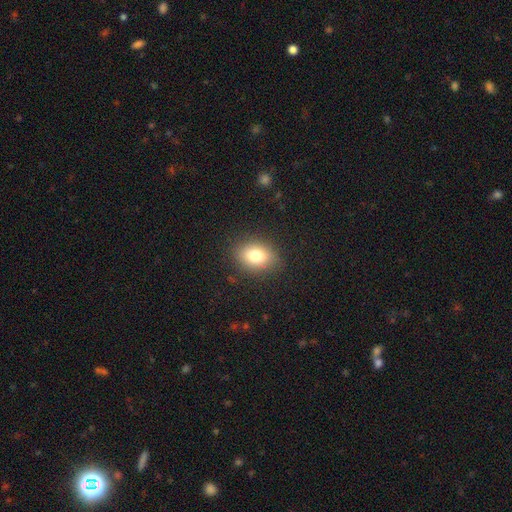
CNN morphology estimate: The model was most divided on "how rounded": in between: 70%, round: 29%, cigar-shaped: 1%. More confident: merging — none (86%); smooth or featured — smooth (78%).